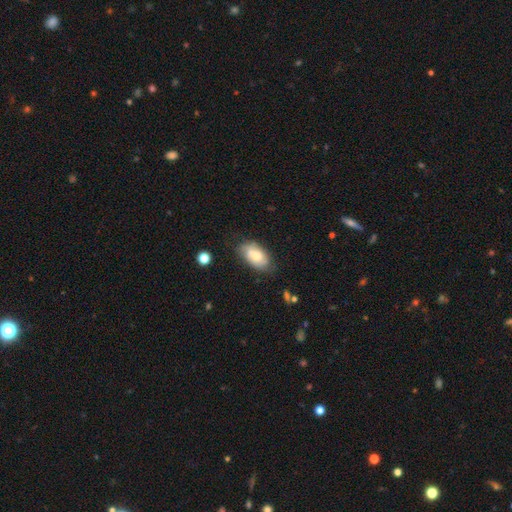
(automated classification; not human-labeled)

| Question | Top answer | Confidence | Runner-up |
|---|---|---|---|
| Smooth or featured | smooth | 52% | featured or disk (41%) |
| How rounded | in between | 91% | round (6%) |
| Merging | none | 66% | minor disturbance (25%) |